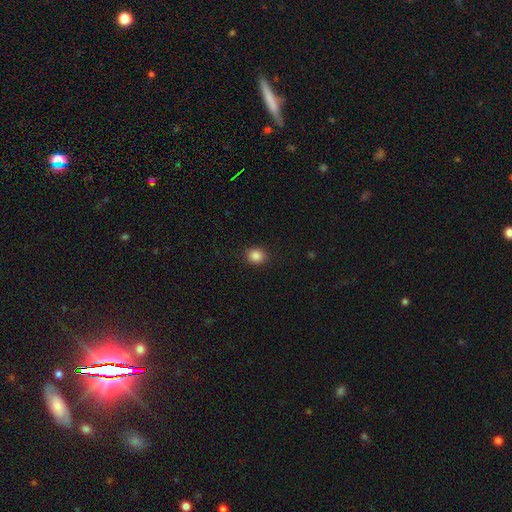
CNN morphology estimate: Smooth or featured? smooth (86%)
How rounded? round (69%)
Merging? none (89%)